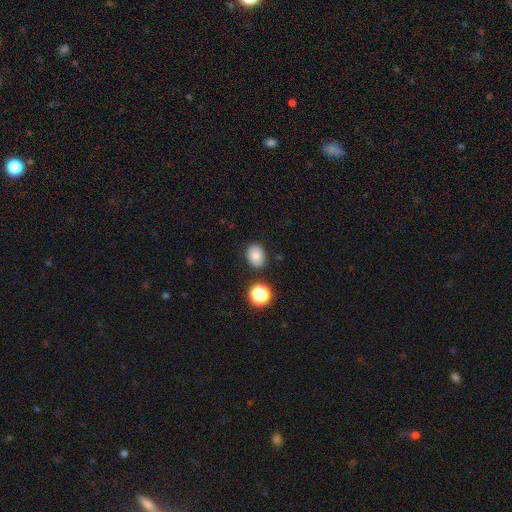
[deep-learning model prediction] smooth-or-featured: smooth: 79% | star or artifact: 12% | featured or disk: 9%
  how-rounded: in between: 57% | round: 42% | cigar-shaped: 1%
  merging: none: 84% | minor disturbance: 10% | merger: 3% | major disturbance: 3%